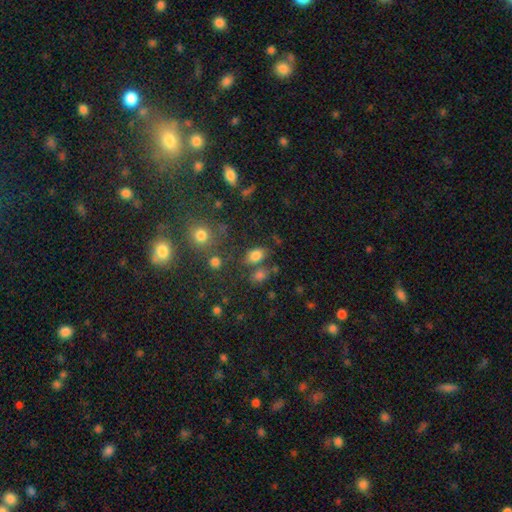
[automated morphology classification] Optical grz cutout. It shows a smooth galaxy with no disk features (78%) that is in between round and cigar-shaped (81%). Merging: none (66%).